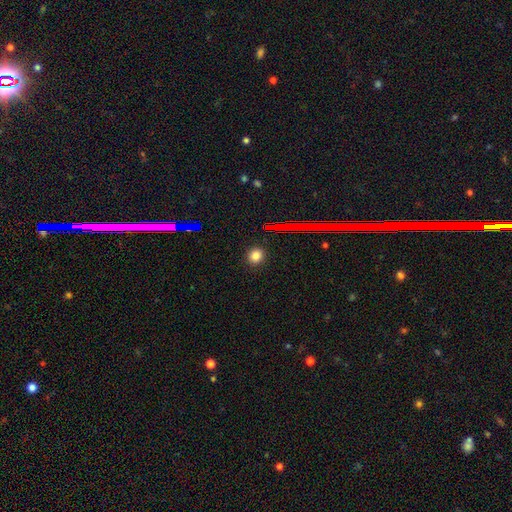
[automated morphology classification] Smooth or featured? Predicted: smooth (p=0.80). How rounded? Predicted: round (p=0.88). Merging? Predicted: none (p=0.91).